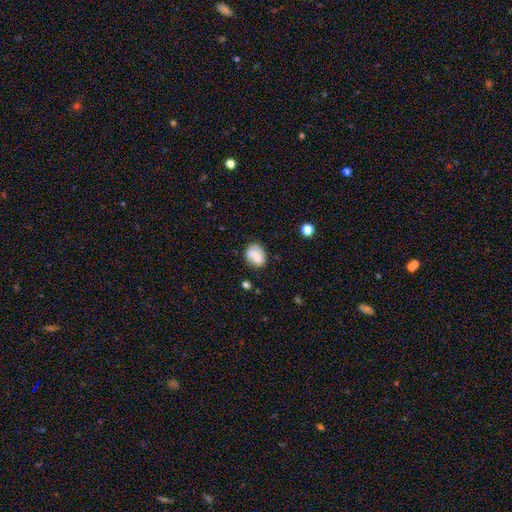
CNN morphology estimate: Smooth or featured?
  - smooth: 72% *
  - featured or disk: 19%
  - star or artifact: 9%
How rounded?
  - in between: 66% *
  - round: 33%
  - cigar-shaped: 1%
Merging?
  - none: 56% *
  - minor disturbance: 24%
  - merger: 12%
  - major disturbance: 8%